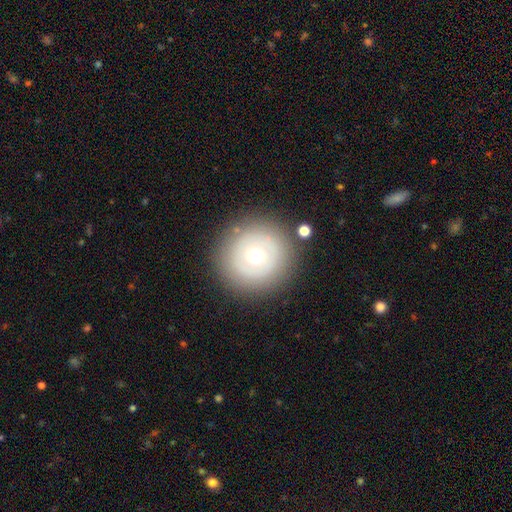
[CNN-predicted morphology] The model was most divided on "smooth or featured": smooth: 54%, featured or disk: 36%, star or artifact: 10%. More confident: how rounded — round (94%); merging — none (85%).